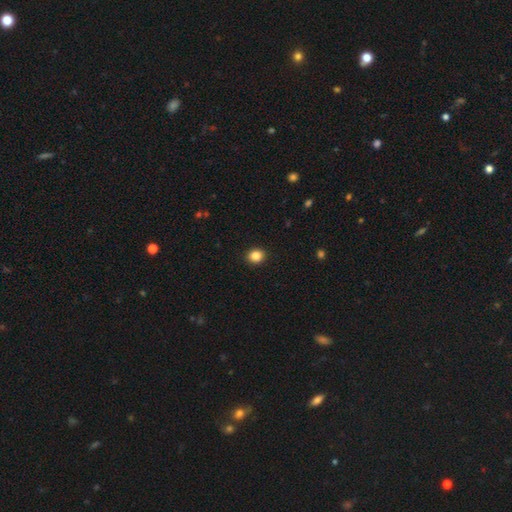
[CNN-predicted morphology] Smooth or featured: smooth — 86% (star or artifact — 10%)
How rounded: round — 77% (in between — 22%)
Merging: none — 92% (minor disturbance — 5%)